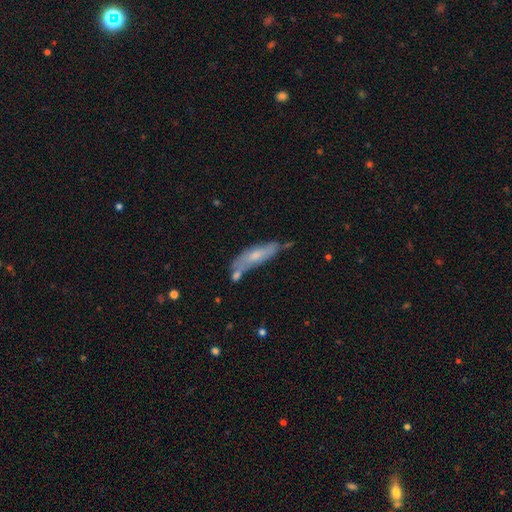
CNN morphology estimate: Smooth or featured? Predicted: smooth (p=0.53). How rounded? Predicted: cigar-shaped (p=0.66). Merging? Predicted: none (p=0.50).